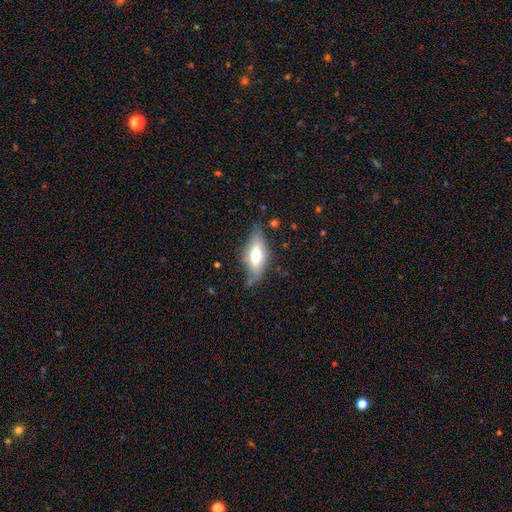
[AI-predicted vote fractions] A smooth galaxy with no disk features (53%) that is in between round and cigar-shaped (72%). Merging: none (64%).